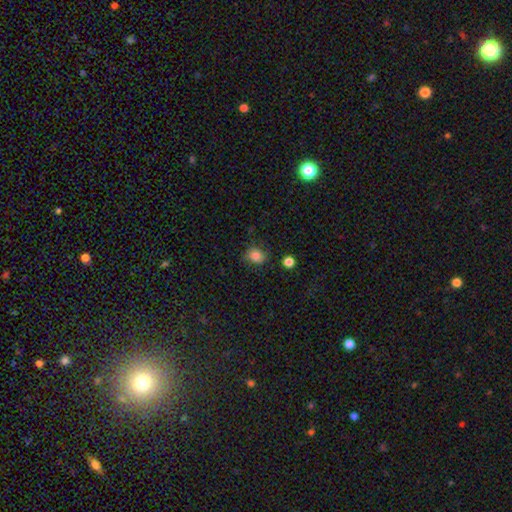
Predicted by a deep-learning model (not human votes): Morphology: type=smooth (82%); roundness=round (66%); merging=none (78%).